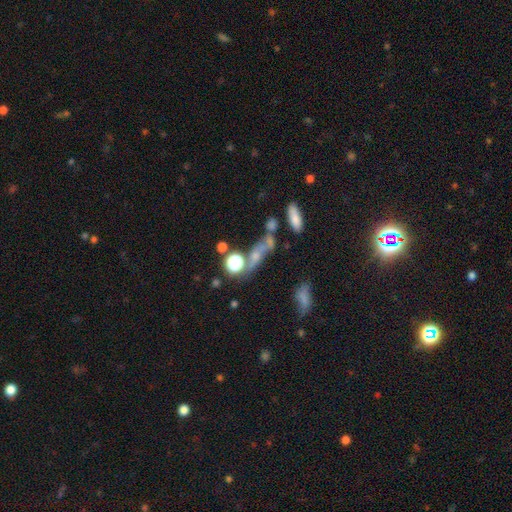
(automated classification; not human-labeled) The model was most divided on "merging": none: 35%, merger: 33%, major disturbance: 16%, minor disturbance: 15%. Remaining: smooth or featured — smooth (46%).